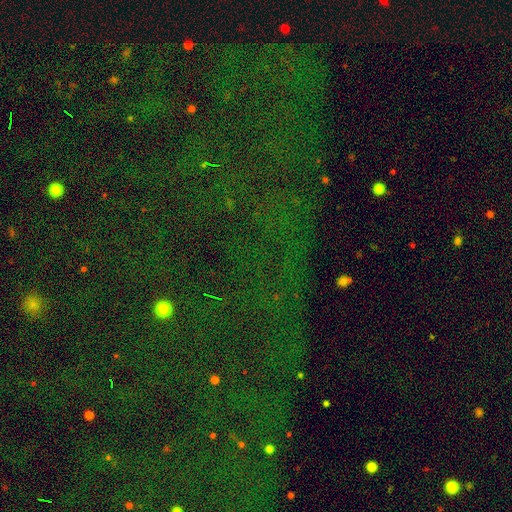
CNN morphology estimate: Smooth or featured: star or artifact — 79% (smooth — 13%)